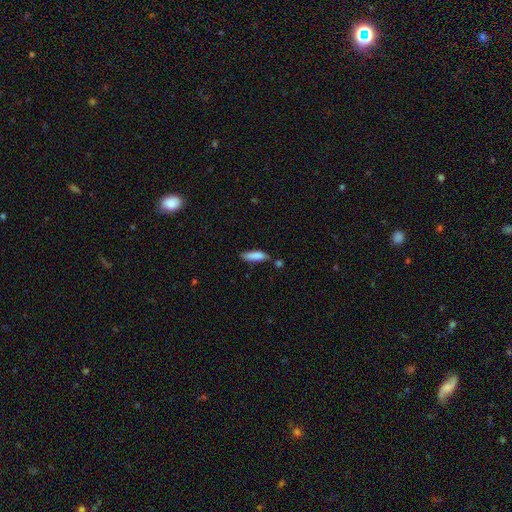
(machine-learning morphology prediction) smooth 84%, featured or disk 9%, star or artifact 7%. Down the decision tree: how rounded — cigar-shaped (61%); merging — none (60%).